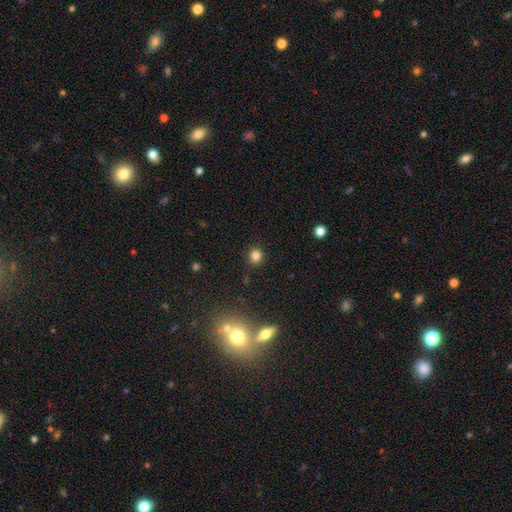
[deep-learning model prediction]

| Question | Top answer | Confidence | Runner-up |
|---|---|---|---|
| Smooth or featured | smooth | 81% | star or artifact (14%) |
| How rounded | round | 85% | in between (14%) |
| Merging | none | 89% | minor disturbance (7%) |